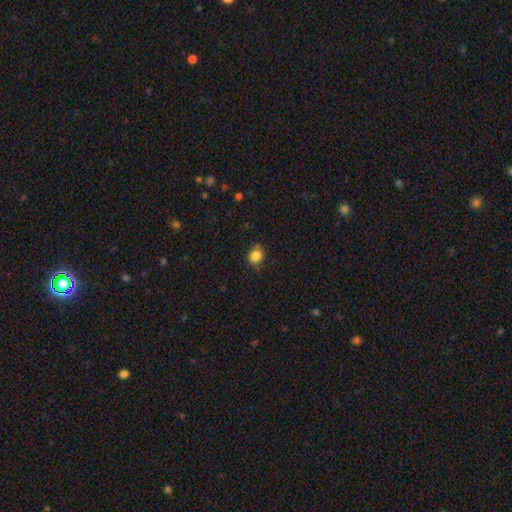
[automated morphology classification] This appears to be a smooth galaxy with no disk features (84%) that is round (65%). Merging: none (78%).